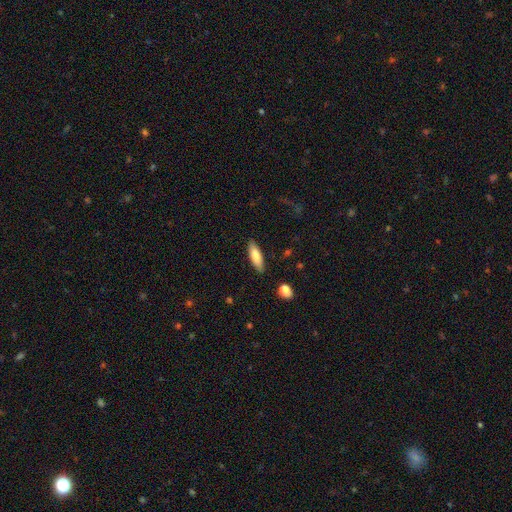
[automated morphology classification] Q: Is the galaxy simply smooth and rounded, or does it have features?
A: smooth — 80%.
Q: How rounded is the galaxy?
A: cigar-shaped — 50%.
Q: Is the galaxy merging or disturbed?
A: none — 86%.